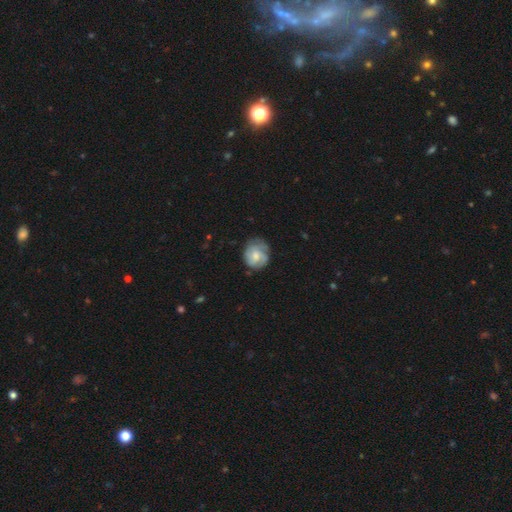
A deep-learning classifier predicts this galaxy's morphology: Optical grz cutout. It shows a featured or disk galaxy (56%) with no bar (64%), spiral arms (85%) and a moderate central bulge (46%). Merging: none (66%).